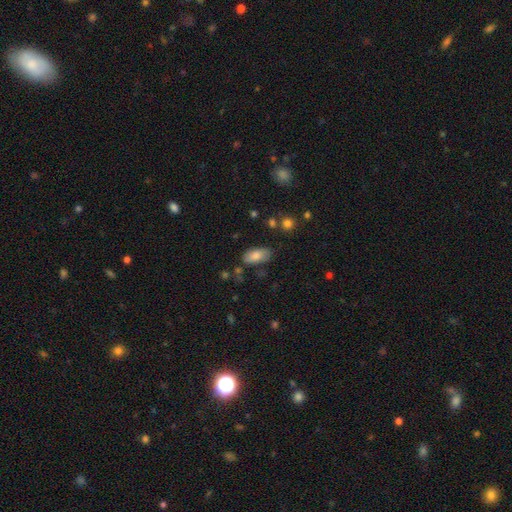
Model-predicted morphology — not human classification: This appears to be a smooth galaxy with no disk features (79%) that is in between round and cigar-shaped (92%). Merging: none (72%).